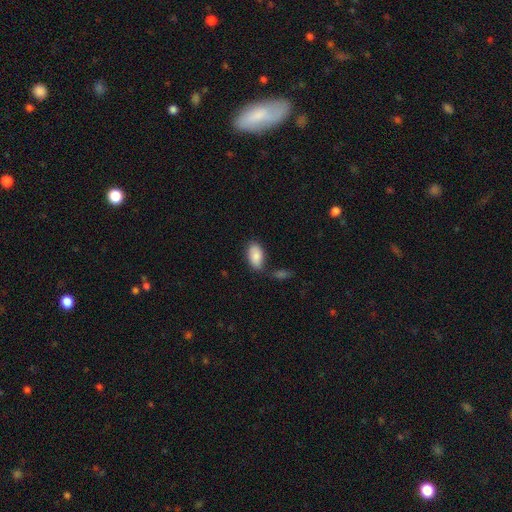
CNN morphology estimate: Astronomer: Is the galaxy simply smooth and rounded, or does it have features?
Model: smooth — 86%.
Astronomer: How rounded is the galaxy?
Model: in between — 94%.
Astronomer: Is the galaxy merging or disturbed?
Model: none — 69%.